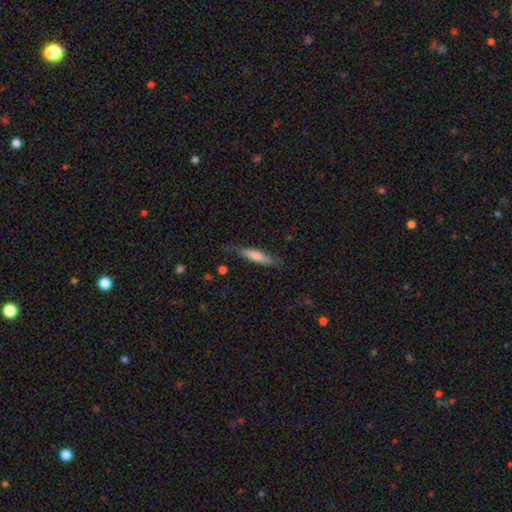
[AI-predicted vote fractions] Smooth or featured: smooth — 70% (featured or disk — 24%)
How rounded: cigar-shaped — 81% (in between — 18%)
Merging: none — 77% (minor disturbance — 17%)